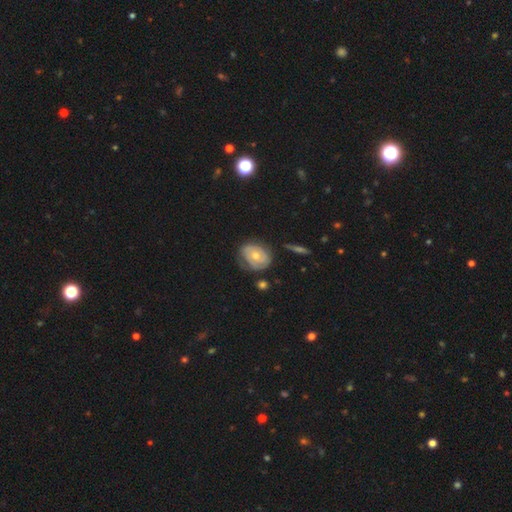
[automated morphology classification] A featured or disk galaxy (51%).

Vote fractions:
- Smooth or featured? featured or disk: 51% / smooth: 42% / star or artifact: 7%
- Edge-on disk? no: 94% / yes: 6%
- Merging? none: 57% / minor disturbance: 30% / major disturbance: 11% / merger: 3%